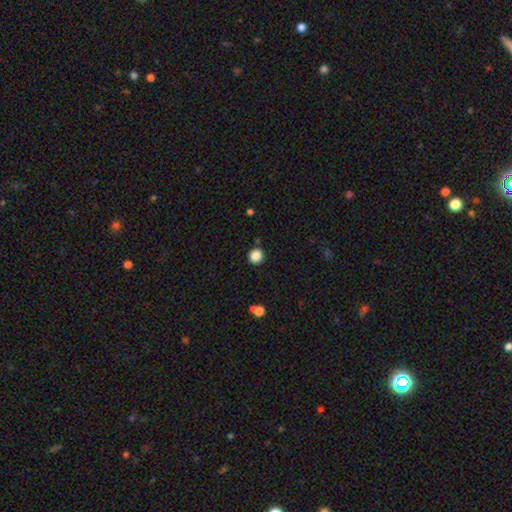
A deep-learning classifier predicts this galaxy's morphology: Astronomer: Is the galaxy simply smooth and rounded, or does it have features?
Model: smooth — 86%.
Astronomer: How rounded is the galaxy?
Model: round — 95%.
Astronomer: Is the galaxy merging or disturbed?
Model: none — 90%.